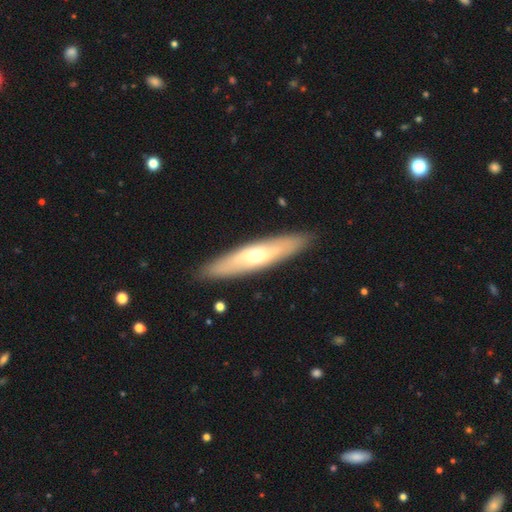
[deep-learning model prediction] A featured or disk galaxy (57%) viewed edge-on (64%). Merging: none (89%).